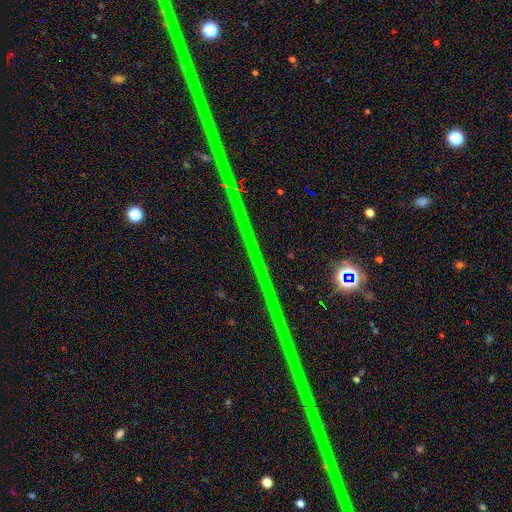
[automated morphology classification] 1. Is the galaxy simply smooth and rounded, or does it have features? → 89% star or artifact, 7% featured or disk, 5% smooth.